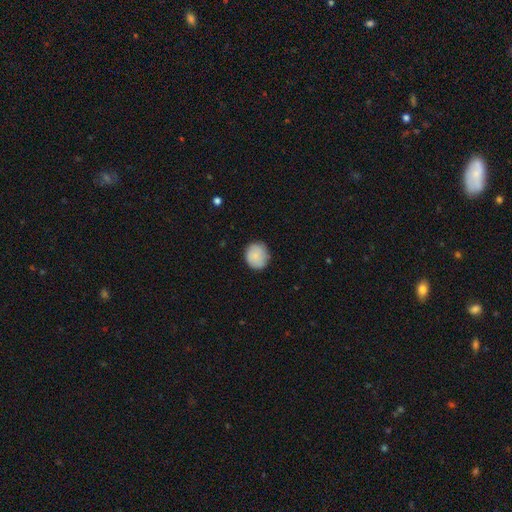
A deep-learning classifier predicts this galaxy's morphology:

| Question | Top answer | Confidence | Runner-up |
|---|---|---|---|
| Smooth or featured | smooth | 83% | featured or disk (10%) |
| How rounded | round | 83% | in between (16%) |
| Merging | none | 84% | minor disturbance (13%) |